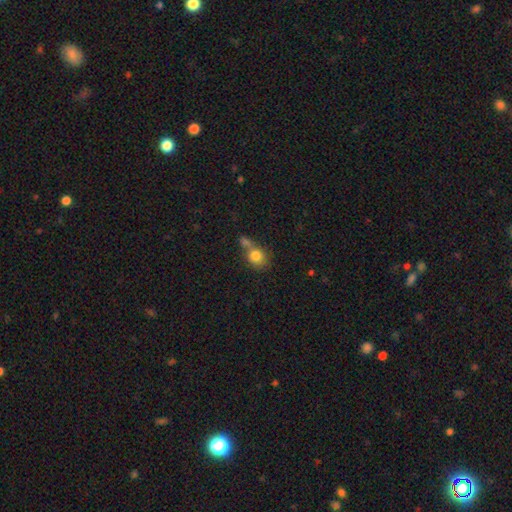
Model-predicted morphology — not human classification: smooth_or_featured: smooth (p=0.80) [alt: featured or disk p=0.11]
how_rounded: round (p=0.66) [alt: in between p=0.32]
merging: merger (p=0.50) [alt: none p=0.33]